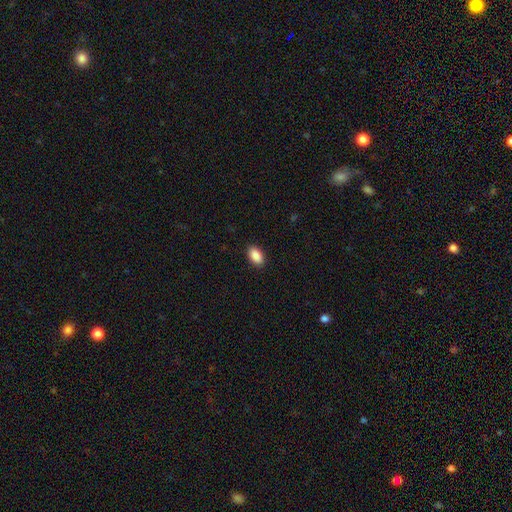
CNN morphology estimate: smooth-or-featured: smooth: 90% | star or artifact: 7% | featured or disk: 3%
  how-rounded: in between: 93% | round: 5% | cigar-shaped: 2%
  merging: none: 90% | minor disturbance: 7% | major disturbance: 2% | merger: 1%